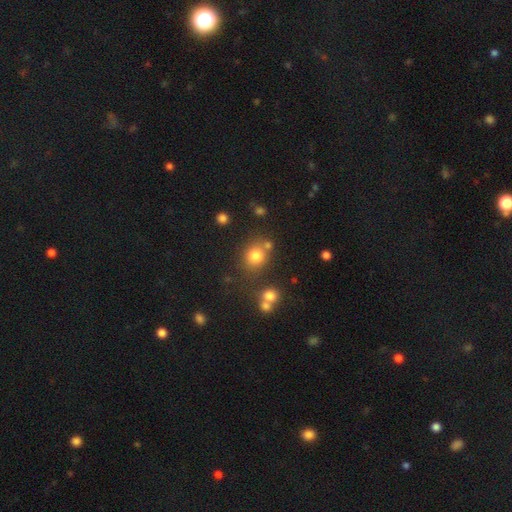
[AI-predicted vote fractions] Q: Smooth or featured?
A: smooth (78%); runner-up: star or artifact (14%)
Q: How rounded?
A: round (76%); runner-up: in between (23%)
Q: Merging?
A: none (69%); runner-up: merger (14%)